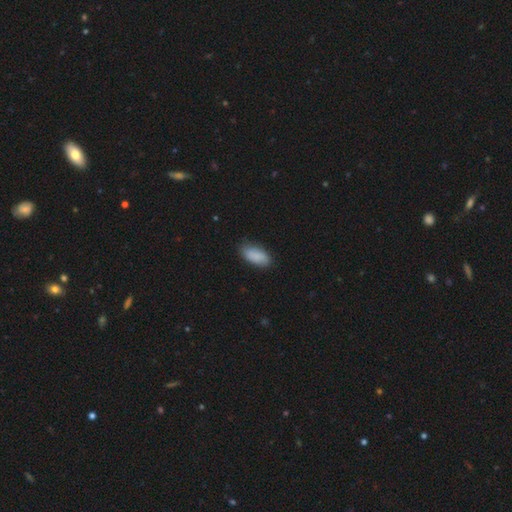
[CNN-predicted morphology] This appears to be a smooth galaxy with no disk features (87%) that is in between round and cigar-shaped (91%). Merging: none (78%).